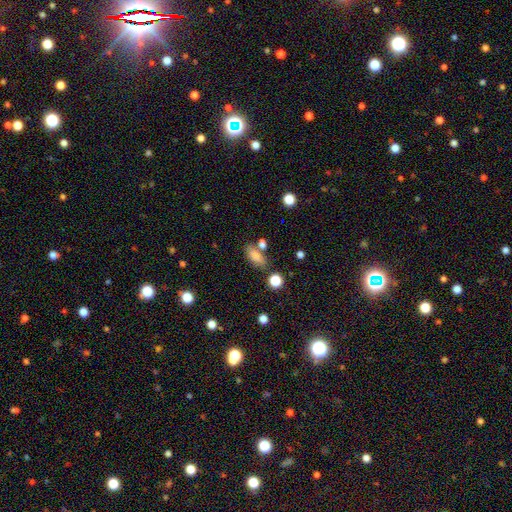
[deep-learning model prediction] Smooth or featured? Predicted: smooth (p=0.81). How rounded? Predicted: in between (p=0.85). Merging? Predicted: none (p=0.64).